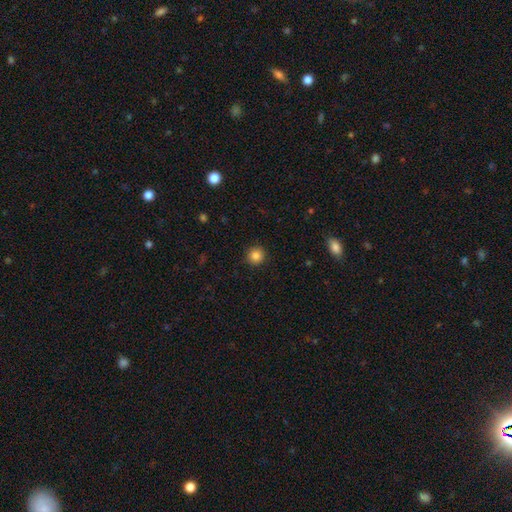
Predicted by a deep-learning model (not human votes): A smooth galaxy with no disk features (85%) that is round (94%).

Vote fractions:
- Smooth or featured? smooth: 85% / star or artifact: 11% / featured or disk: 4%
- How rounded? round: 94% / in between: 5% / cigar-shaped: 1%
- Merging? none: 91% / minor disturbance: 6% / major disturbance: 2% / merger: 1%